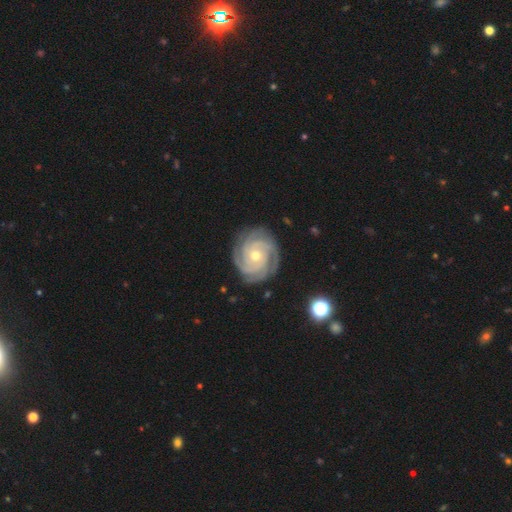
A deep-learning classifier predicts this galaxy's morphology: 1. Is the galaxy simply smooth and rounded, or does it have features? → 91% featured or disk, 5% star or artifact, 4% smooth.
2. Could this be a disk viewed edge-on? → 98% no, 2% yes.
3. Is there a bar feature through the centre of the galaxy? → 74% no, 19% weak, 7% strong.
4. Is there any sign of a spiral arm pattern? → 98% yes, 2% no.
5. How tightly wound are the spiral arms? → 80% tight, 18% medium, 2% loose.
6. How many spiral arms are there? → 32% 3 (tied), 32% 4 (tied), 13% can't tell, 9% 2, 8% more than 4, 6% 1.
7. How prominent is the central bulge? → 52% small, 45% moderate, 1% large, 1% none, 1% dominant.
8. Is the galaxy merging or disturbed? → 83% none, 13% minor disturbance, 3% major disturbance, 1% merger.